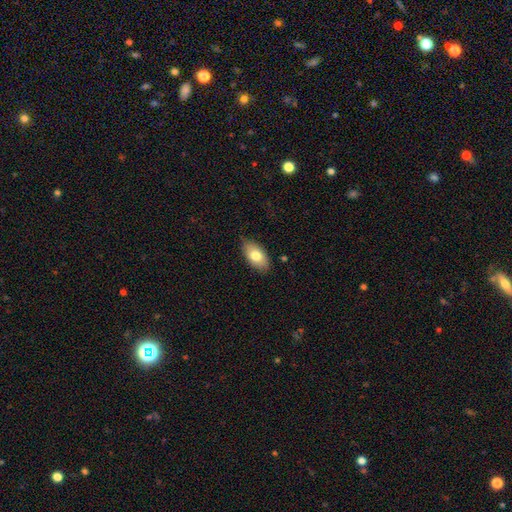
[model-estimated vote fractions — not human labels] smooth 77%, featured or disk 17%, star or artifact 7%. Down the decision tree: how rounded — in between (92%); merging — none (80%).